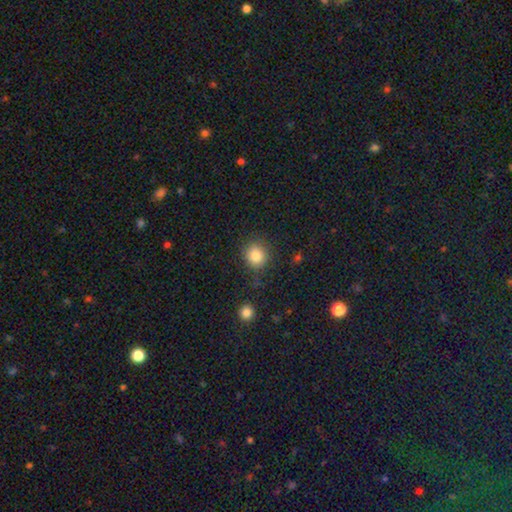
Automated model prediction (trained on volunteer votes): Smooth or featured? smooth (84%)
How rounded? round (86%)
Merging? none (82%)